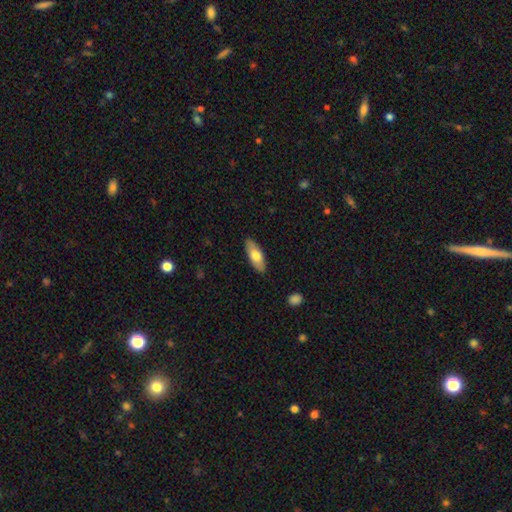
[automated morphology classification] Smooth or featured?
  - smooth: 69% *
  - featured or disk: 25%
  - star or artifact: 6%
How rounded?
  - in between: 75% *
  - cigar-shaped: 23%
  - round: 2%
Merging?
  - none: 88% *
  - minor disturbance: 9%
  - major disturbance: 2%
  - merger: 1%